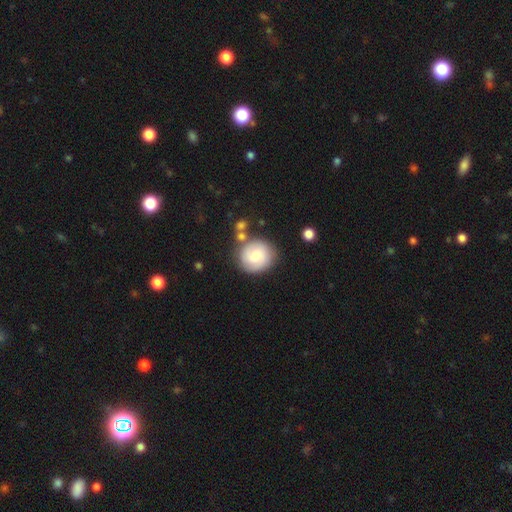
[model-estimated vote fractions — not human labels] smooth_or_featured: smooth (p=0.63) [alt: featured or disk p=0.30]
how_rounded: round (p=0.86) [alt: in between p=0.13]
merging: none (p=0.73) [alt: minor disturbance p=0.13]